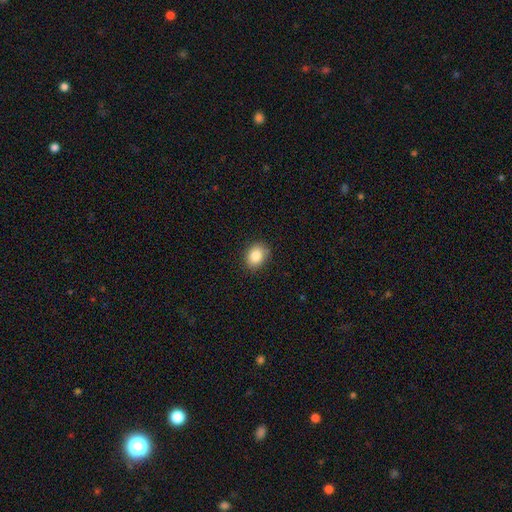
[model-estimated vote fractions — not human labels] Smooth or featured? Predicted: smooth (p=0.85). How rounded? Predicted: in between (p=0.59). Merging? Predicted: none (p=0.86).